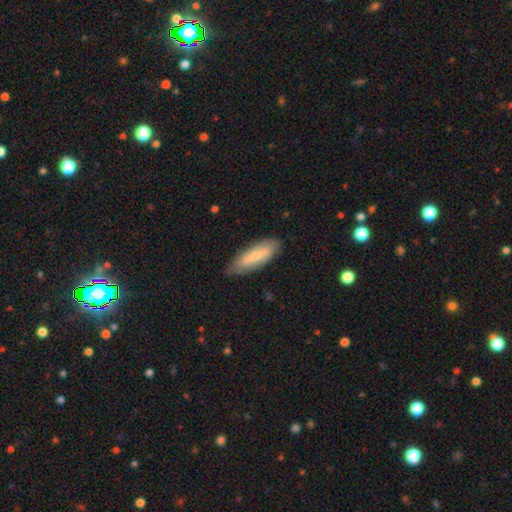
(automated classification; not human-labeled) Smooth or featured: smooth — 58% (featured or disk — 36%)
How rounded: in between — 57% (cigar-shaped — 41%)
Merging: none — 74% (minor disturbance — 21%)